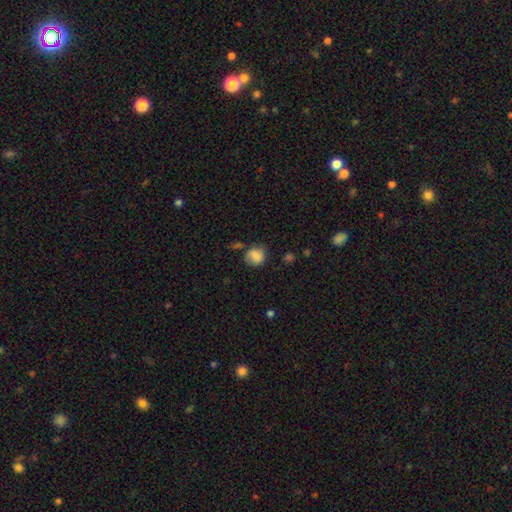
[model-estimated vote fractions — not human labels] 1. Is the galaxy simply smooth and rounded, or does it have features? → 83% smooth, 10% star or artifact, 7% featured or disk.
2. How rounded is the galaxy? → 74% round, 25% in between, 1% cigar-shaped.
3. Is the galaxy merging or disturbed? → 62% none, 24% minor disturbance, 8% major disturbance, 6% merger.